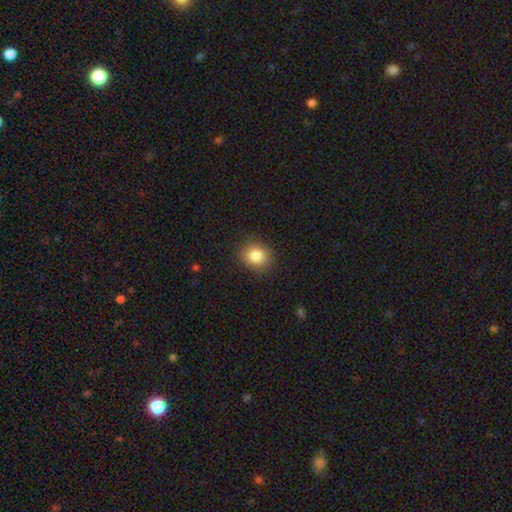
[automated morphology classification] smooth 85%, star or artifact 10%, featured or disk 6%. Down the decision tree: how rounded — round (74%); merging — none (87%).